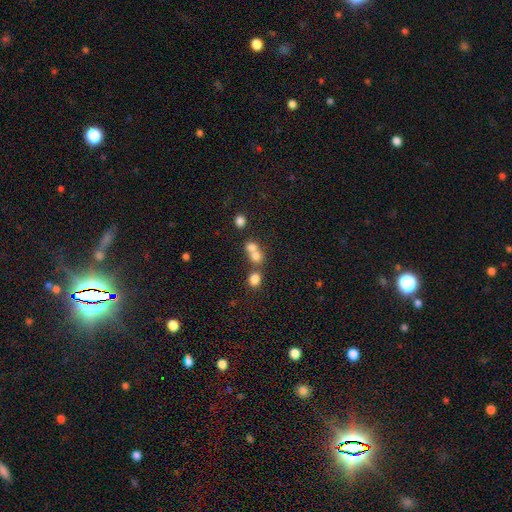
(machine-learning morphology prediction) Smooth or featured: smooth — 73% (star or artifact — 14%)
How rounded: round — 74% (in between — 25%)
Merging: merger — 57% (none — 34%)